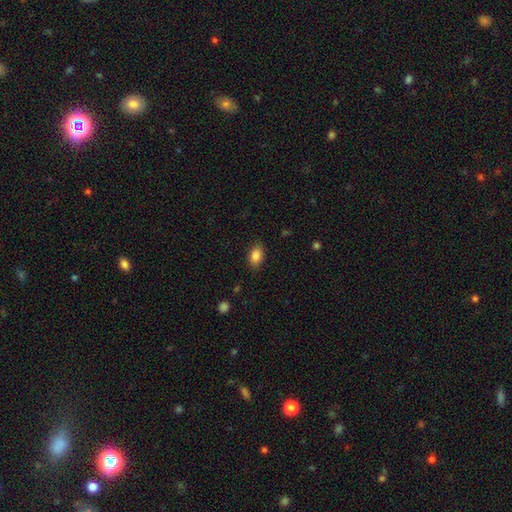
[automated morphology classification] Smooth or featured?
  - smooth: 86% *
  - star or artifact: 8%
  - featured or disk: 6%
How rounded?
  - in between: 86% *
  - round: 13%
  - cigar-shaped: 2%
Merging?
  - none: 86% *
  - minor disturbance: 11%
  - major disturbance: 3%
  - merger: 1%